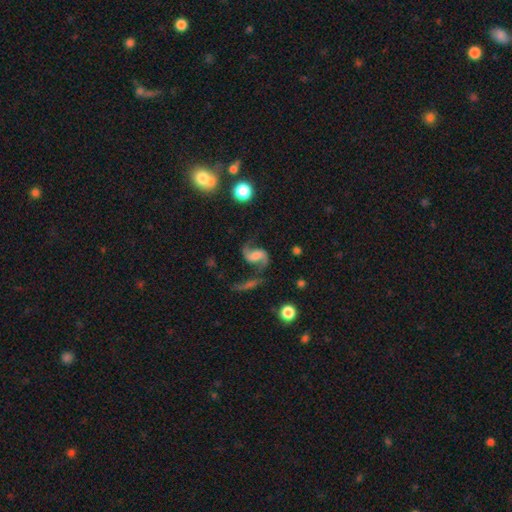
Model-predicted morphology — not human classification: Overall: featured or disk (87%). Edge-on disk: no (98%). Bar: weak (43%; no 35%). Spiral arms: yes (97%). Spiral arm count: 2 (94%). Spiral winding: loose (69%). Bulge size: moderate (36%; small 29%). Merging: none (68%).